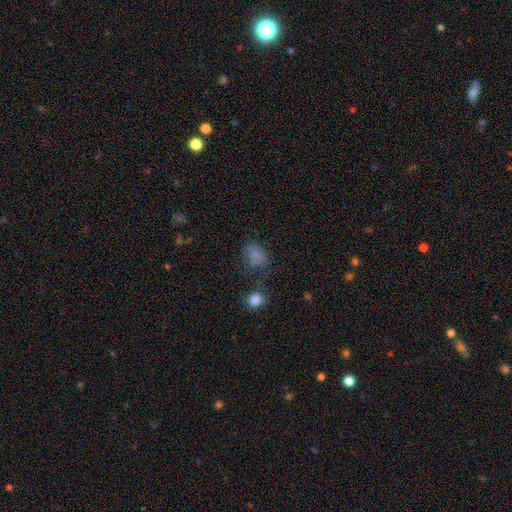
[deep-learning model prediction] Smooth or featured?
  - smooth: 72% *
  - star or artifact: 18%
  - featured or disk: 10%
How rounded?
  - in between: 72% *
  - round: 27%
  - cigar-shaped: 2%
Merging?
  - none: 44% *
  - minor disturbance: 24%
  - major disturbance: 19%
  - merger: 13%